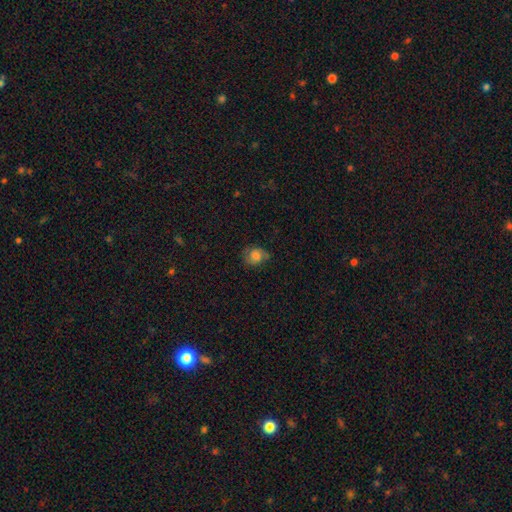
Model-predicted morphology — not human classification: The model was most divided on "how rounded": round: 56%, in between: 43%, cigar-shaped: 1%. More confident: merging — none (62%); smooth or featured — smooth (60%).